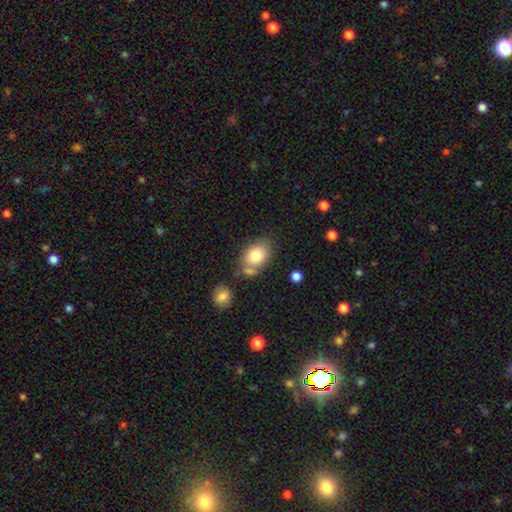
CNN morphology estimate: Smooth or featured?
  - smooth: 79% *
  - featured or disk: 12%
  - star or artifact: 8%
How rounded?
  - in between: 70% *
  - round: 28%
  - cigar-shaped: 1%
Merging?
  - none: 55% *
  - merger: 23%
  - minor disturbance: 16%
  - major disturbance: 5%